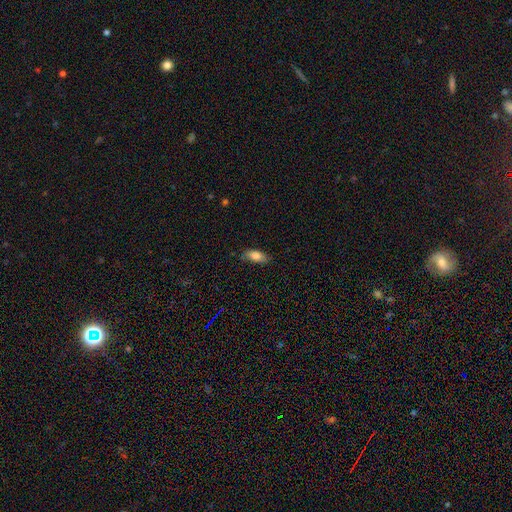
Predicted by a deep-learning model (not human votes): Overall: smooth (81%). How rounded: in between (84%). Merging: none (80%).